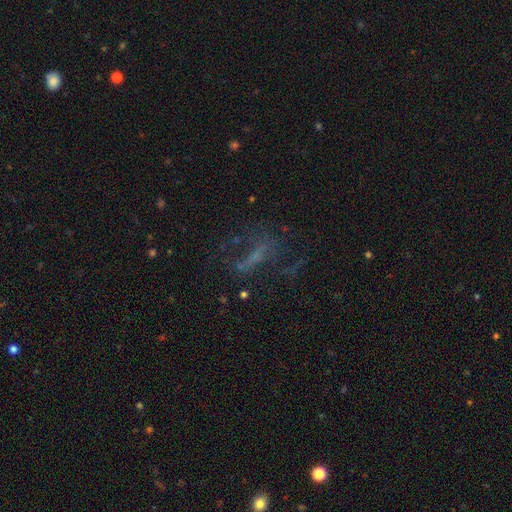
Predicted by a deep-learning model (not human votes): featured or disk 44%, star or artifact 29%, smooth 26%. Down the decision tree: merging — none (46%).